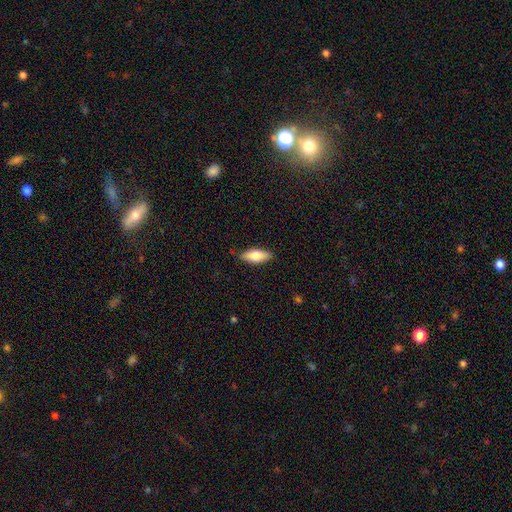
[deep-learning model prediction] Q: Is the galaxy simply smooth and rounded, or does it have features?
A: smooth — 70%.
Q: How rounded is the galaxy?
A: in between — 68%.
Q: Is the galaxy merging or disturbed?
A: none — 86%.